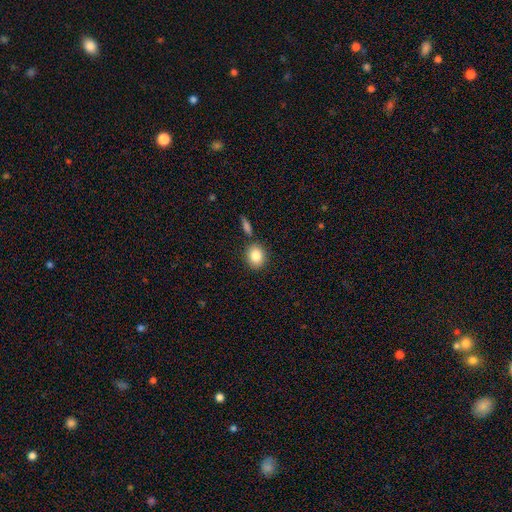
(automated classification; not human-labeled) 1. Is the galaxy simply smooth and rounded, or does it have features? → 84% smooth, 8% star or artifact, 8% featured or disk.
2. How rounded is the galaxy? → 55% round, 43% in between, 1% cigar-shaped.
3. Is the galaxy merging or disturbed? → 81% none, 10% minor disturbance, 7% merger, 3% major disturbance.